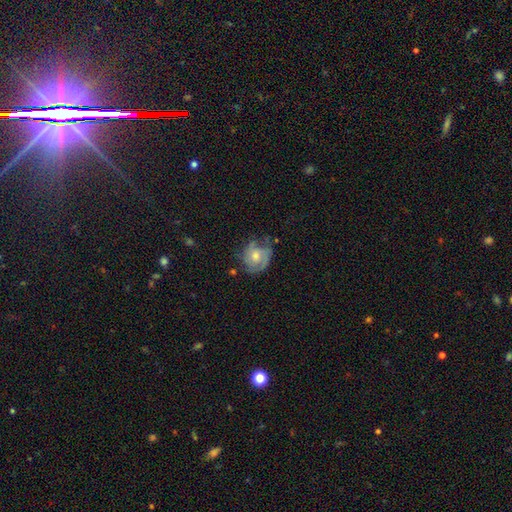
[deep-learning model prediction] Smooth or featured? Predicted: featured or disk (p=0.63). Edge-on disk? Predicted: no (p=0.97). Bar? Predicted: no (p=0.73). Spiral arms? Predicted: yes (p=0.80). Bulge size? Predicted: moderate (p=0.64). Merging? Predicted: none (p=0.59).